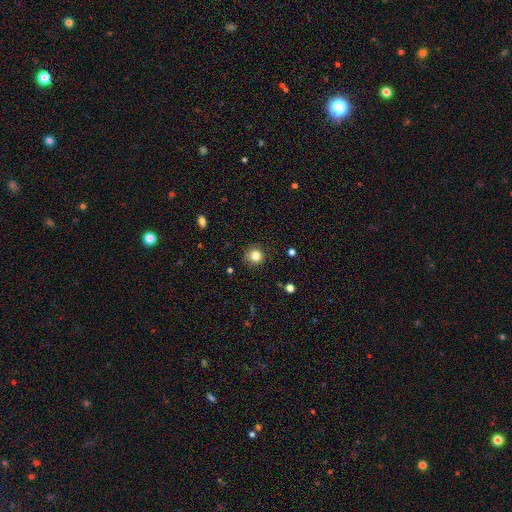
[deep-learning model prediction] The model was most divided on "smooth or featured": smooth: 82%, star or artifact: 12%, featured or disk: 6%. More confident: how rounded — round (93%); merging — none (89%).